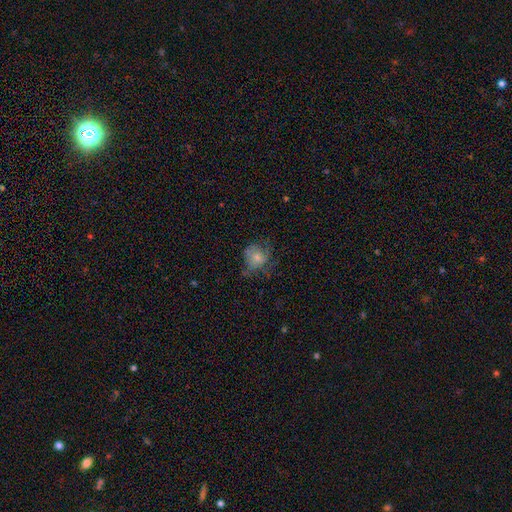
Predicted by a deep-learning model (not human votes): Overall: smooth (62%; featured or disk 28%). How rounded: round (70%). Merging: none (46%; minor disturbance 28%).